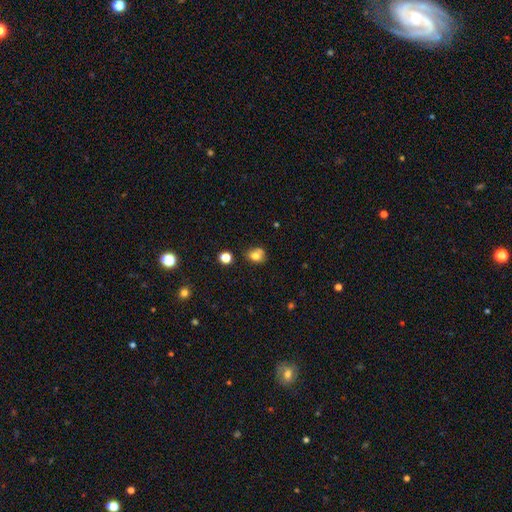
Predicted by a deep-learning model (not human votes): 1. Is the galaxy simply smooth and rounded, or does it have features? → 73% smooth, 14% featured or disk, 13% star or artifact.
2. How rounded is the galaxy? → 58% round, 41% in between, 1% cigar-shaped.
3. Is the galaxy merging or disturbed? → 49% none, 27% merger, 18% minor disturbance, 6% major disturbance.